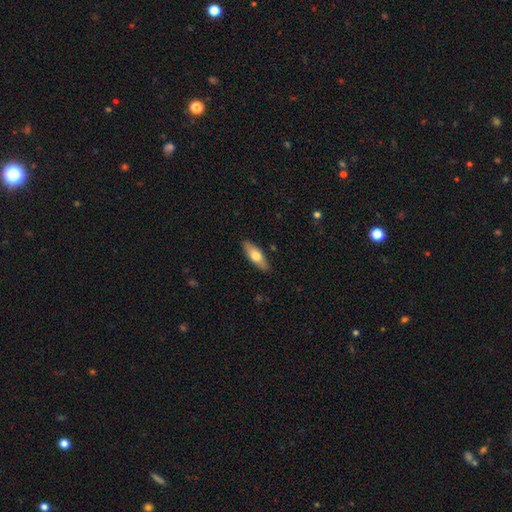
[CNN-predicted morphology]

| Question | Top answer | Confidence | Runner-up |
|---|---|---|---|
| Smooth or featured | smooth | 62% | featured or disk (33%) |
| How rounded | in between | 60% | cigar-shaped (38%) |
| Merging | none | 88% | minor disturbance (9%) |